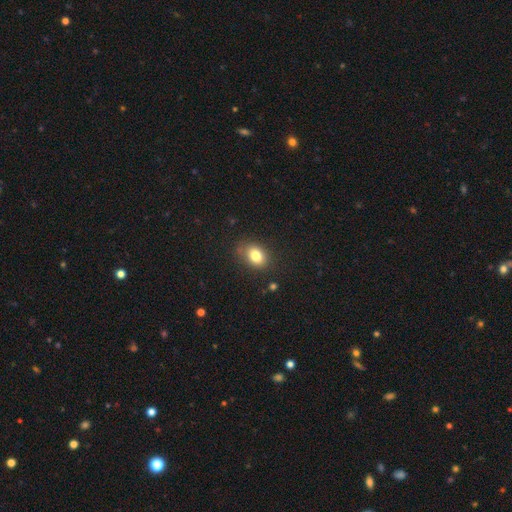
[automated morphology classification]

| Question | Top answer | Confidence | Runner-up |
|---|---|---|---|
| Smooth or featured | smooth | 81% | star or artifact (10%) |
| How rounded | in between | 74% | round (25%) |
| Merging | none | 78% | minor disturbance (16%) |